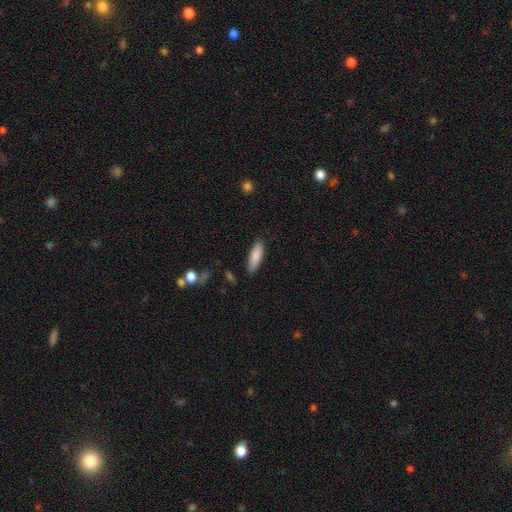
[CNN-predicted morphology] A smooth galaxy with no disk features (86%) that is in between round and cigar-shaped (52%). Merging: none (85%).